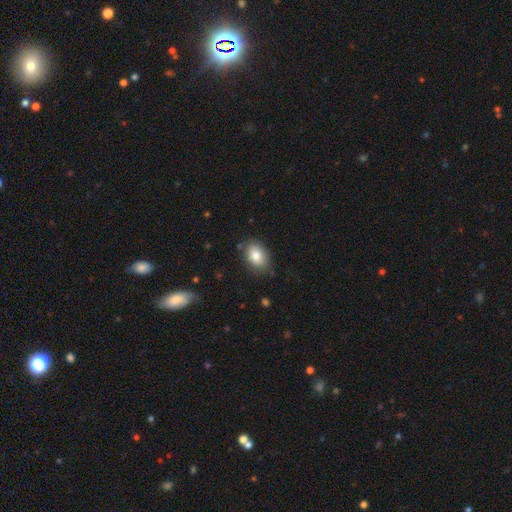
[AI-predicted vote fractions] smooth-or-featured: smooth: 82% | featured or disk: 10% | star or artifact: 8%
  how-rounded: in between: 82% | round: 17% | cigar-shaped: 1%
  merging: none: 80% | minor disturbance: 15% | major disturbance: 3% | merger: 2%